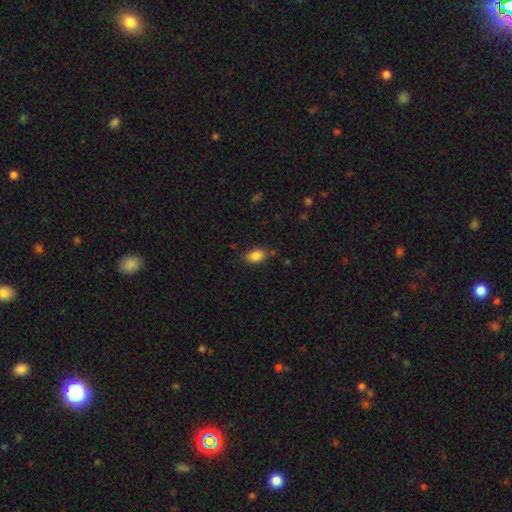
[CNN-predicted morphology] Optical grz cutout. It shows a smooth galaxy with no disk features (87%) that is in between round and cigar-shaped (90%). Merging: none (78%).